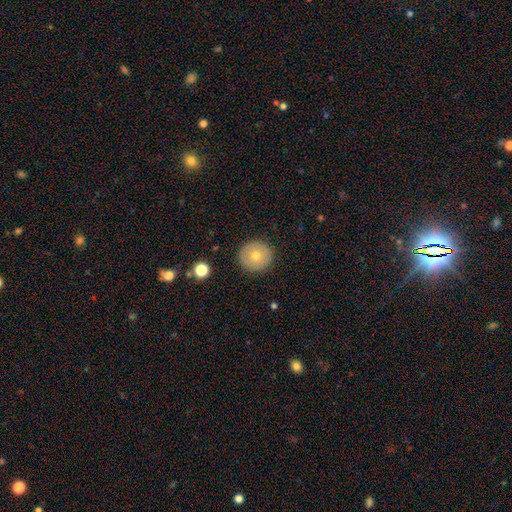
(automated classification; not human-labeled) Smooth or featured?
  - smooth: 68% *
  - featured or disk: 22%
  - star or artifact: 9%
How rounded?
  - round: 94% *
  - in between: 5%
  - cigar-shaped: 1%
Merging?
  - none: 92% *
  - minor disturbance: 5%
  - major disturbance: 2%
  - merger: 1%